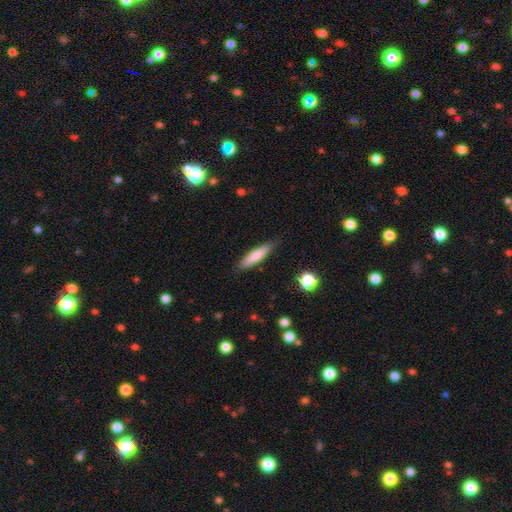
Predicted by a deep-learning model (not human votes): Smooth or featured: smooth — 76% (featured or disk — 18%)
How rounded: cigar-shaped — 78% (in between — 20%)
Merging: none — 84% (minor disturbance — 12%)